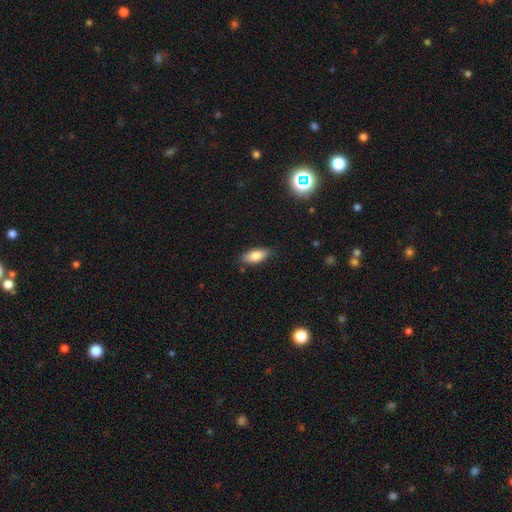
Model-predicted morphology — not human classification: Smooth or featured: smooth — 81% (featured or disk — 11%)
How rounded: in between — 85% (cigar-shaped — 12%)
Merging: none — 82% (minor disturbance — 14%)